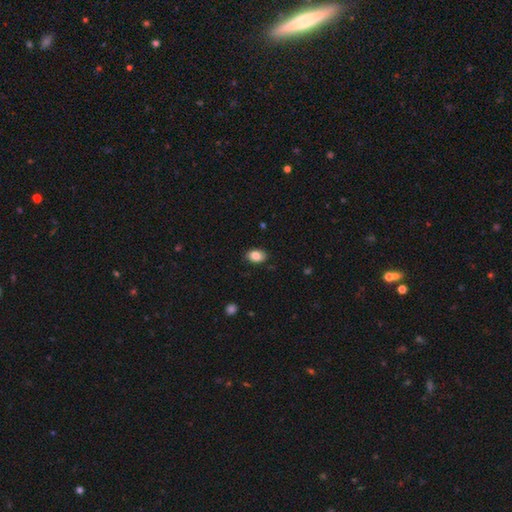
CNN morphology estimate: A smooth galaxy with no disk features (86%) that is in between round and cigar-shaped (80%).

Vote fractions:
- Smooth or featured? smooth: 86% / star or artifact: 8% / featured or disk: 6%
- How rounded? in between: 80% / round: 19% / cigar-shaped: 1%
- Merging? none: 87% / minor disturbance: 10% / major disturbance: 2% / merger: 1%